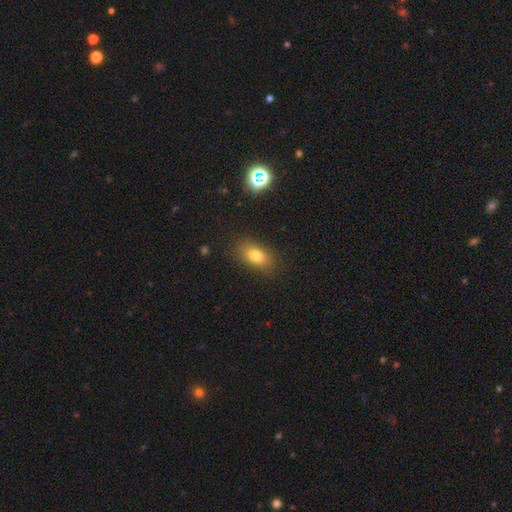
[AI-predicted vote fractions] Morphology: type=smooth (79%); roundness=in between (85%); merging=none (85%).